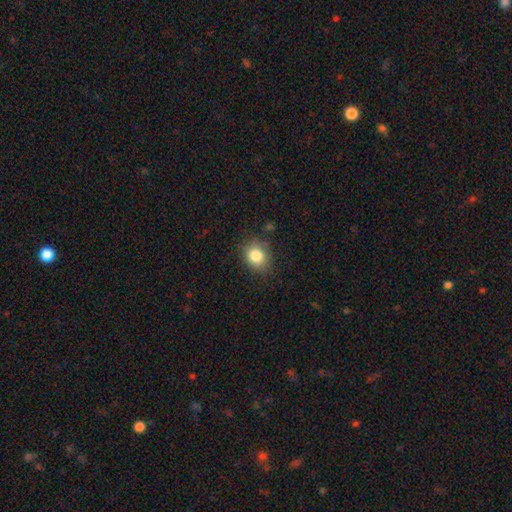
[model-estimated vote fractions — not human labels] smooth 83%, star or artifact 10%, featured or disk 7%. Down the decision tree: how rounded — round (59%); merging — none (80%).